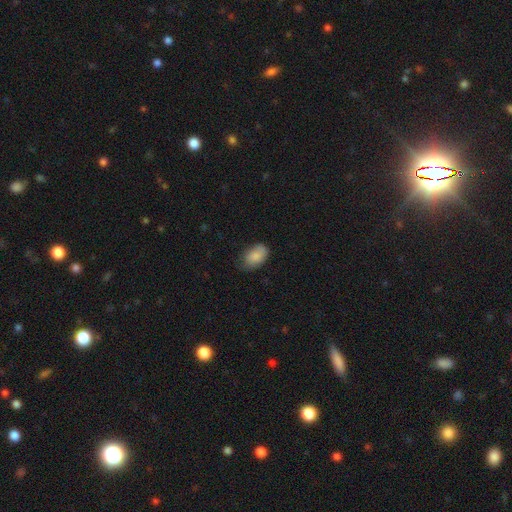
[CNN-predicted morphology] Overall: smooth (85%). How rounded: in between (90%). Merging: none (67%).